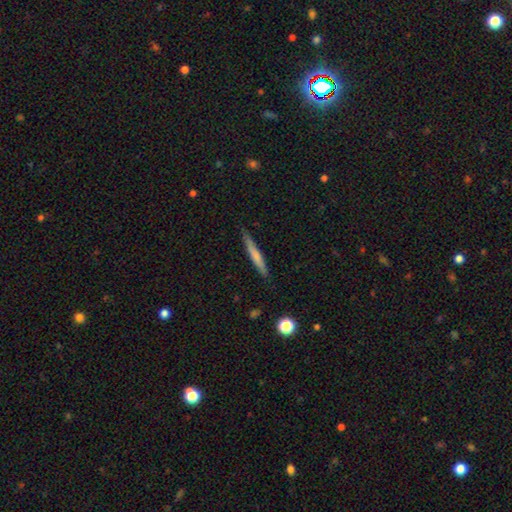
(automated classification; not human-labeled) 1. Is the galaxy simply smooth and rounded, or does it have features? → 60% smooth, 34% featured or disk, 6% star or artifact.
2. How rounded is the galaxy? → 95% cigar-shaped, 3% in between, 1% round.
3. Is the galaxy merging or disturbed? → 87% none, 10% minor disturbance, 2% major disturbance, 1% merger.